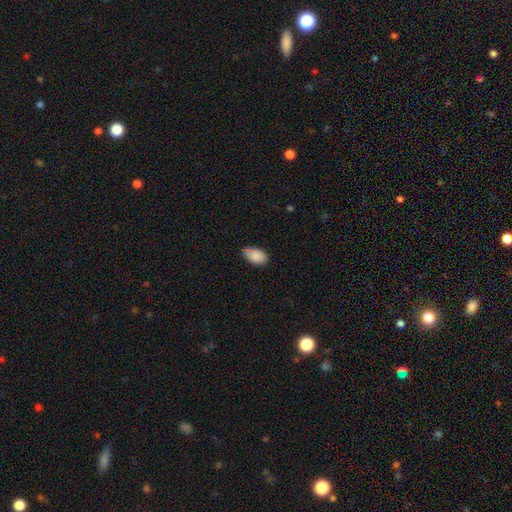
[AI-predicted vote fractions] This appears to be a smooth galaxy with no disk features (88%) that is in between round and cigar-shaped (93%). Merging: none (73%).